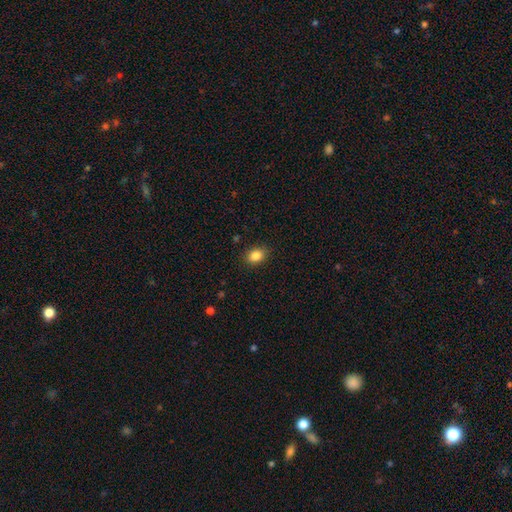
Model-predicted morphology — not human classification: smooth 86%, star or artifact 9%, featured or disk 5%. Down the decision tree: how rounded — in between (64%); merging — none (87%).